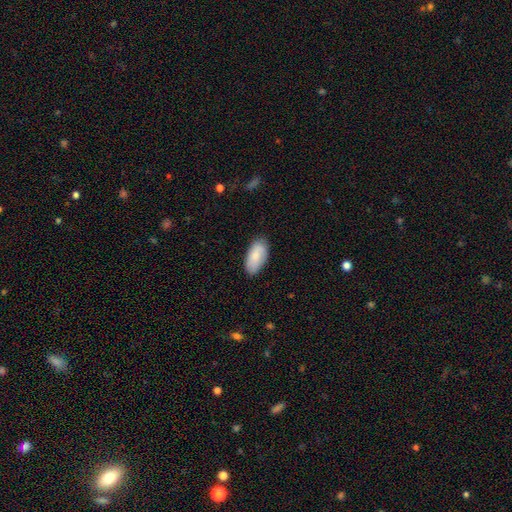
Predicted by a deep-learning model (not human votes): Smooth or featured? Predicted: smooth (p=0.85). How rounded? Predicted: in between (p=0.93). Merging? Predicted: none (p=0.83).